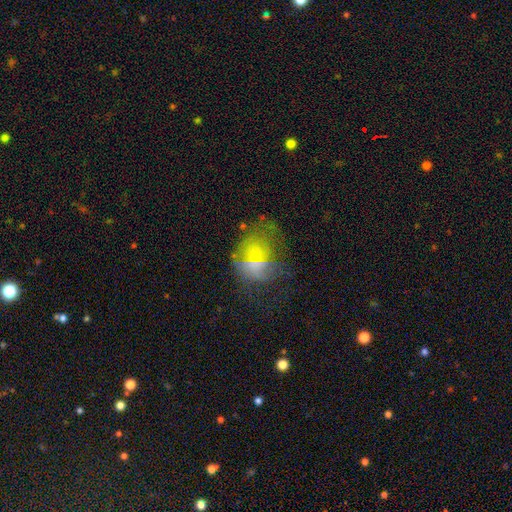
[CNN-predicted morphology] The model was most divided on "smooth or featured": smooth: 45%, featured or disk: 33%, star or artifact: 22%. Remaining: merging — none (46%).